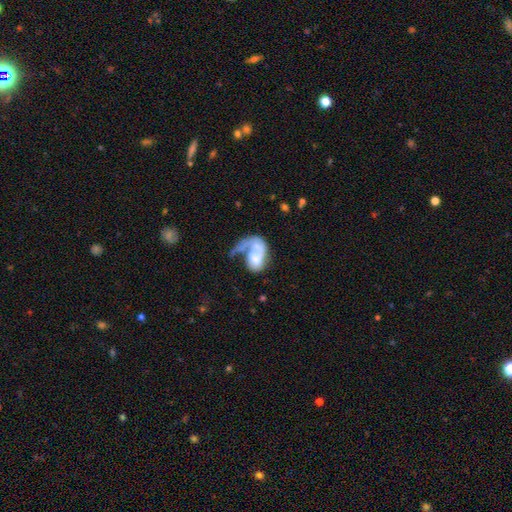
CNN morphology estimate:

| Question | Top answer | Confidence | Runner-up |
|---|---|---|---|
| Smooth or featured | featured or disk | 54% | smooth (39%) |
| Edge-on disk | no | 97% | yes (3%) |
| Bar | no | 76% | weak (19%) |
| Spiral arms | yes | 66% | no (34%) |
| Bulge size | moderate | 30% | none (23%) |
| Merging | major disturbance | 48% | merger (21%) |